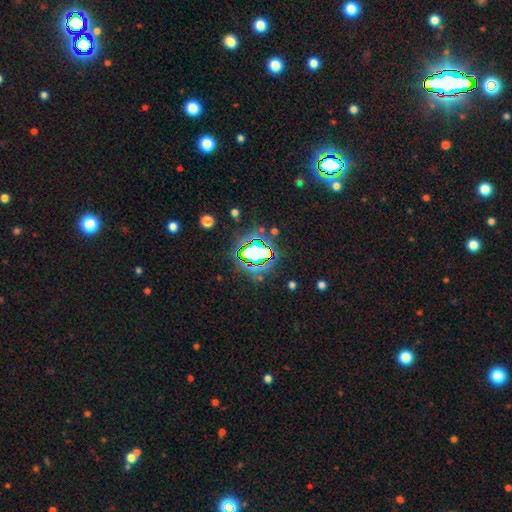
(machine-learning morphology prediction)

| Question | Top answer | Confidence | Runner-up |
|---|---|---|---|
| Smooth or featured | star or artifact | 64% | smooth (24%) |